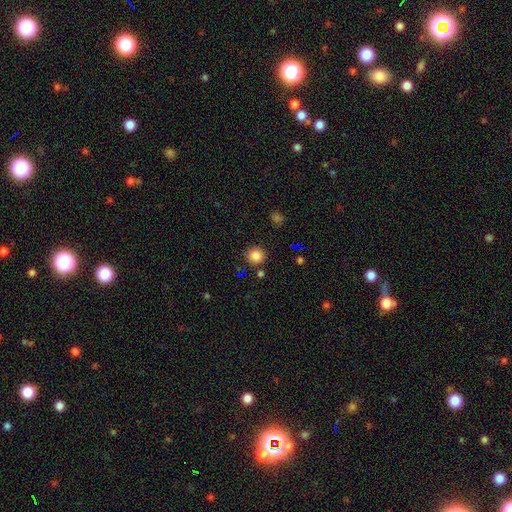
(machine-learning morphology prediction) smooth-or-featured: smooth: 85% | star or artifact: 11% | featured or disk: 4%
  how-rounded: round: 92% | in between: 7% | cigar-shaped: 1%
  merging: none: 87% | minor disturbance: 7% | merger: 4% | major disturbance: 2%